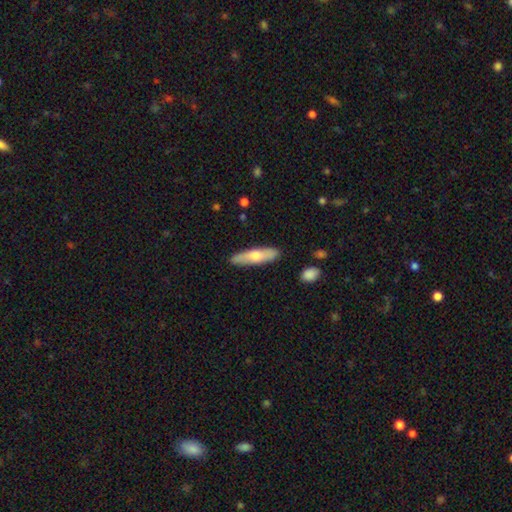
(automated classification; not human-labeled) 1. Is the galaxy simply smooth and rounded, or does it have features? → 58% smooth, 37% featured or disk, 5% star or artifact.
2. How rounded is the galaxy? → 71% cigar-shaped, 27% in between, 2% round.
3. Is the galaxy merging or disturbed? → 88% none, 9% minor disturbance, 2% major disturbance, 2% merger.